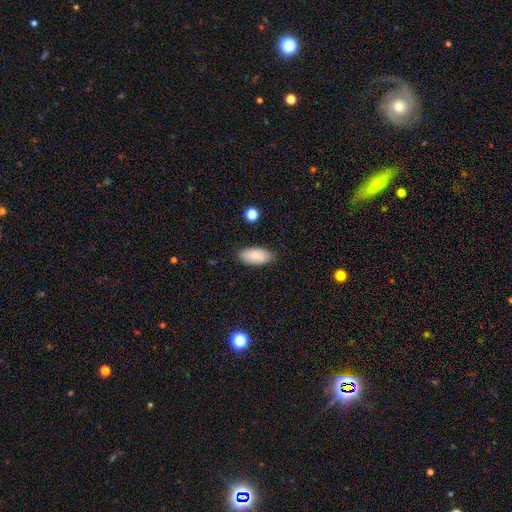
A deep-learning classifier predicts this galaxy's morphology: This appears to be a smooth galaxy with no disk features (82%) that is in between round and cigar-shaped (92%). Merging: none (82%).